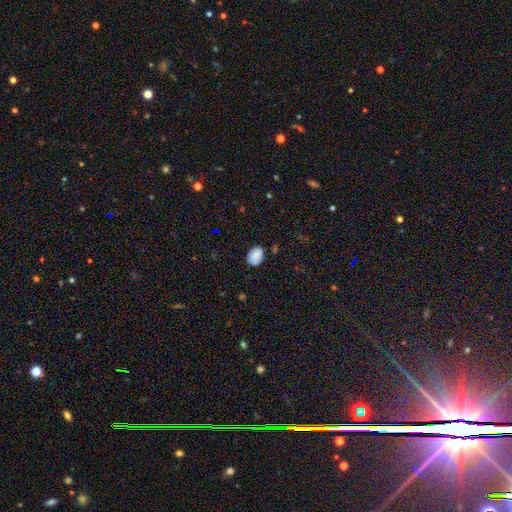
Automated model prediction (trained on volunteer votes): Overall: smooth (87%). How rounded: in between (75%). Merging: none (80%).